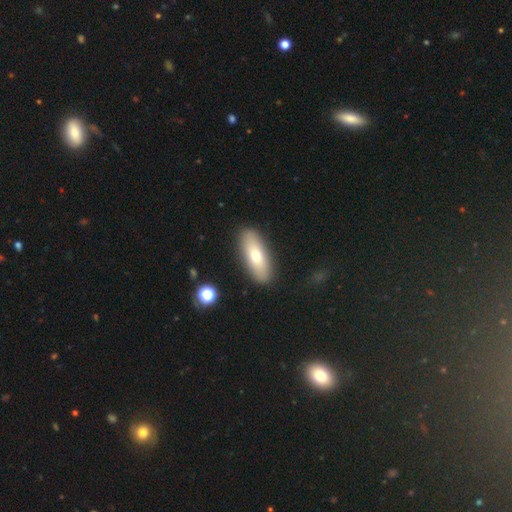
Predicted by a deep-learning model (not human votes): smooth 70%, featured or disk 24%, star or artifact 7%. Down the decision tree: how rounded — in between (72%); merging — none (88%).